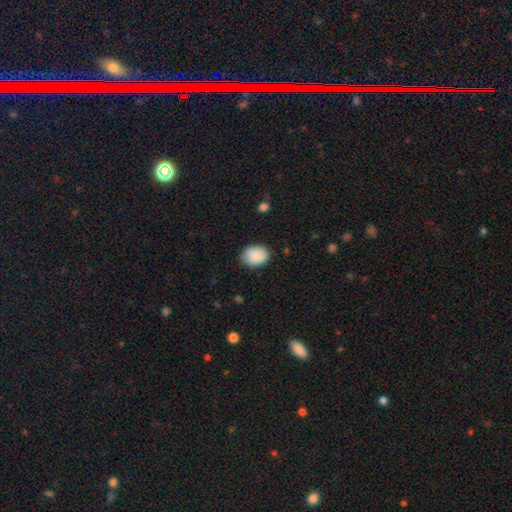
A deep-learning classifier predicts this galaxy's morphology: This appears to be a smooth galaxy with no disk features (89%) that is in between round and cigar-shaped (66%). Merging: none (80%).